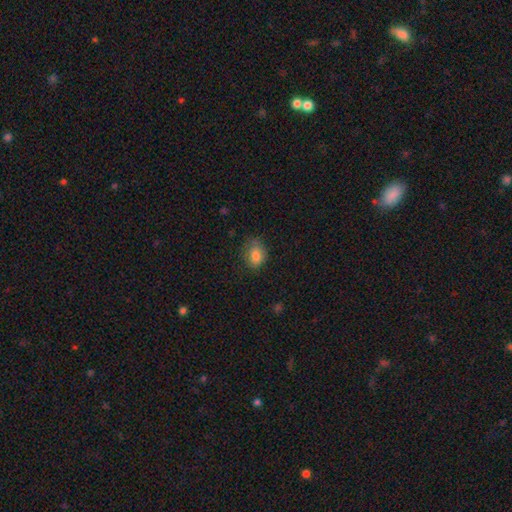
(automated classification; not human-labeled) Morphology: type=smooth (81%); roundness=in between (65%); merging=none (62%).